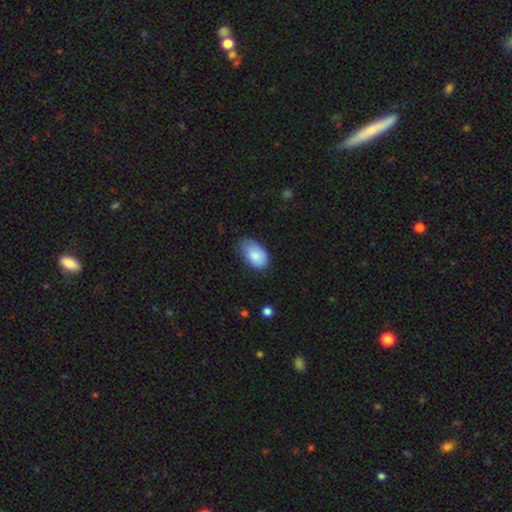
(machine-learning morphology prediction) smooth-or-featured: smooth: 85% | featured or disk: 9% | star or artifact: 7%
  how-rounded: in between: 92% | round: 6% | cigar-shaped: 1%
  merging: none: 63% | minor disturbance: 31% | major disturbance: 6% | merger: 1%